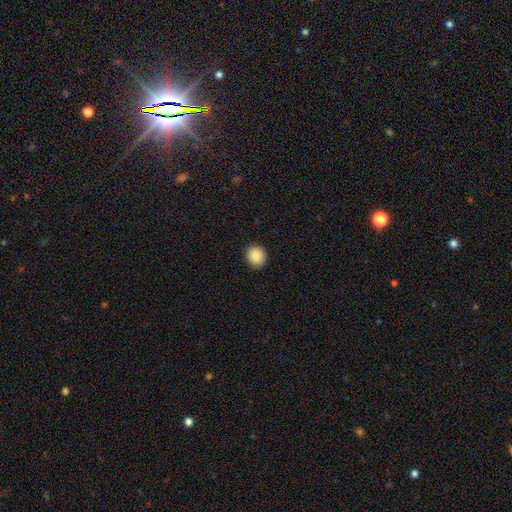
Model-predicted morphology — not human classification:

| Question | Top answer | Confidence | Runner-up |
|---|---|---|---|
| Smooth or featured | smooth | 88% | star or artifact (9%) |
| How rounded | round | 86% | in between (13%) |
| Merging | none | 91% | minor disturbance (6%) |